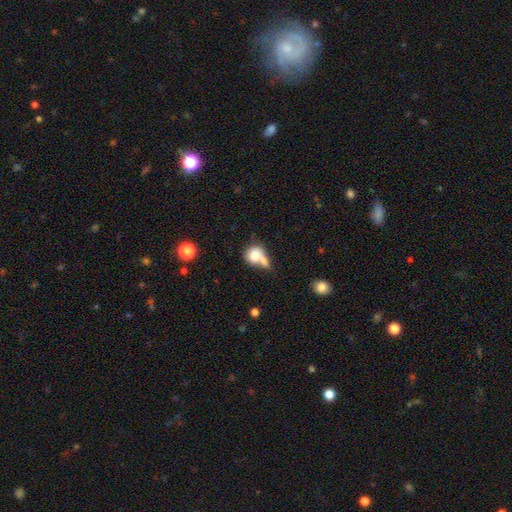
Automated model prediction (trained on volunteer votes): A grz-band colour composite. It shows a smooth galaxy with no disk features (74%) that is round (52%). Merging: merger (53%).